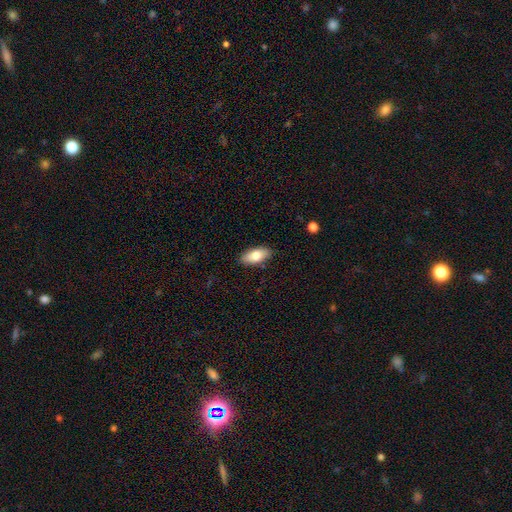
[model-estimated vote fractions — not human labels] A smooth galaxy with no disk features (79%) that is in between round and cigar-shaped (88%). Merging: none (87%).